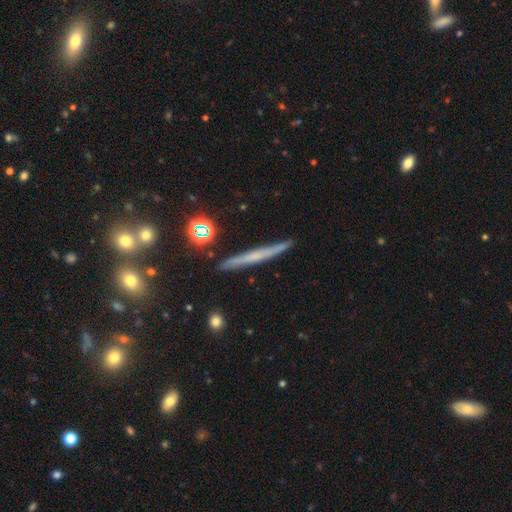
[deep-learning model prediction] Q: Smooth or featured?
A: featured or disk (53%); runner-up: smooth (38%)
Q: Edge-on disk?
A: yes (96%); runner-up: no (4%)
Q: Edge-on bulge?
A: none (76%); runner-up: rounded (18%)
Q: Merging?
A: none (88%); runner-up: minor disturbance (8%)